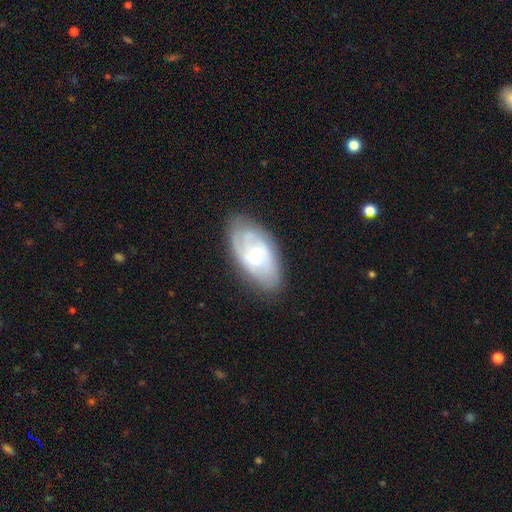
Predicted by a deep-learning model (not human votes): This is likely a featured or disk galaxy (70%). It is clearly not viewed edge-on (95%). Bar: possibly no (53%). Spiral arm pattern: clearly yes (89%). Spiral arm count: marginally can't tell (38%). Spiral winding: possibly tight (58%). Central bulge: possibly small (50%). Merging: likely none (75%).